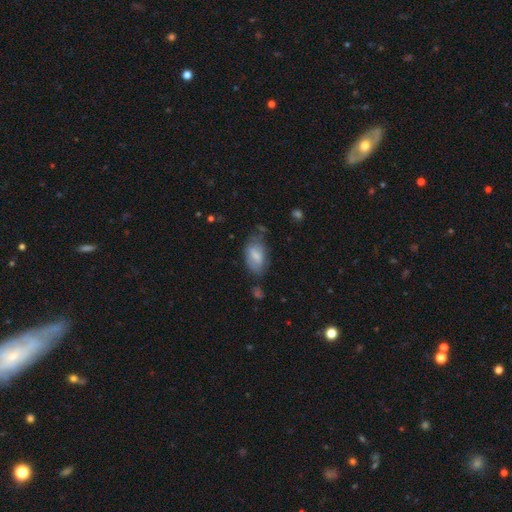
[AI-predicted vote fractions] The model was most divided on "merging": none: 52%, minor disturbance: 31%, major disturbance: 12%, merger: 4%. More confident: how rounded — in between (92%); smooth or featured — smooth (69%).